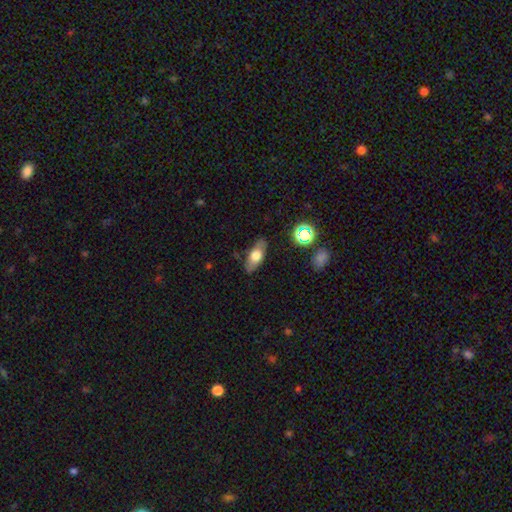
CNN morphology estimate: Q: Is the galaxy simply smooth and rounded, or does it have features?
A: smooth — 62%.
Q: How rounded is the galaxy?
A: in between — 80%.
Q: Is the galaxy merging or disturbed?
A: none — 84%.